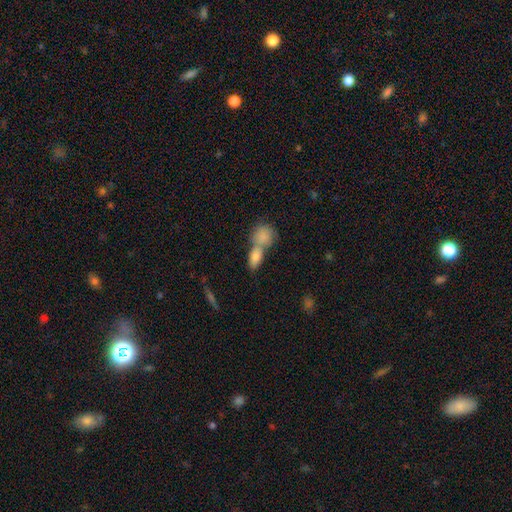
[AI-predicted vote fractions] This appears to be a smooth galaxy with no disk features (81%) that is in between round and cigar-shaped (71%). Merging: merger (56%).